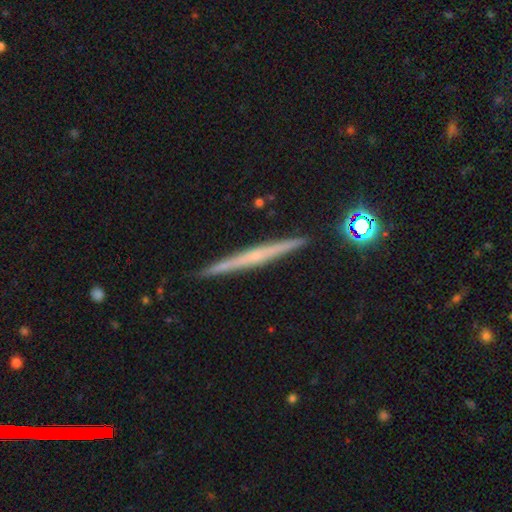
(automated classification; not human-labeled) The model was most divided on "smooth or featured": featured or disk: 61%, smooth: 32%, star or artifact: 8%. More confident: edge-on disk — yes (98%); merging — none (92%); edge-on bulge — none (70%).